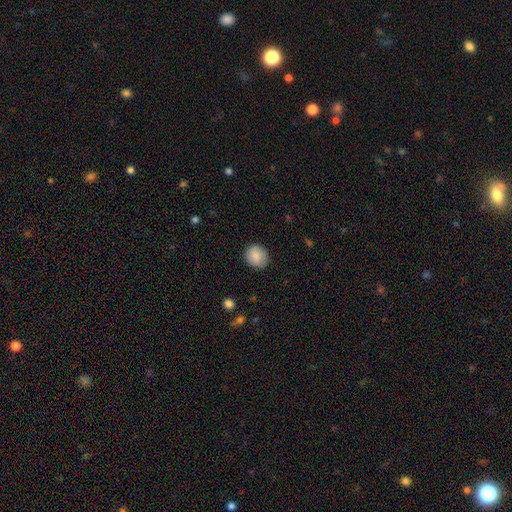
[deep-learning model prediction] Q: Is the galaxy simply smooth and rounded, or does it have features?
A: smooth — 87%.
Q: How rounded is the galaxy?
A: round — 77%.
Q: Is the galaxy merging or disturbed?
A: none — 85%.